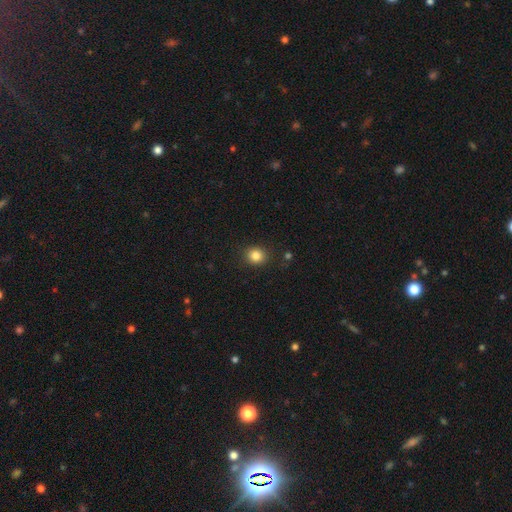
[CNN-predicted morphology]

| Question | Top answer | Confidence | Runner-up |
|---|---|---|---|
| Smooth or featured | smooth | 84% | star or artifact (11%) |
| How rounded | round | 79% | in between (21%) |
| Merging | none | 88% | minor disturbance (8%) |